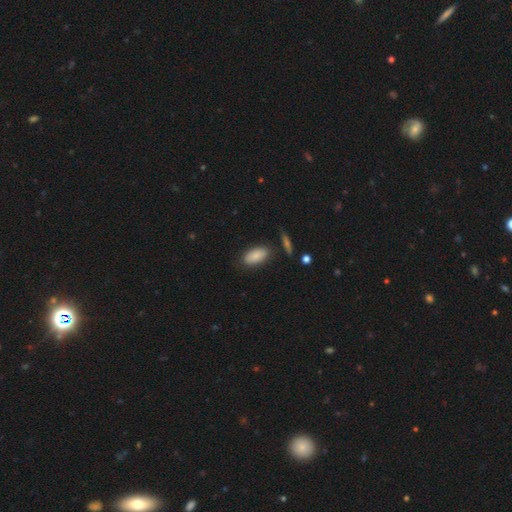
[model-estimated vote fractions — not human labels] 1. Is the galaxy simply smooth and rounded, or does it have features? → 86% smooth, 8% featured or disk, 7% star or artifact.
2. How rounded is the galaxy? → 92% in between, 5% cigar-shaped, 3% round.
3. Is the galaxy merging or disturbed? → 79% none, 13% minor disturbance, 4% merger, 4% major disturbance.